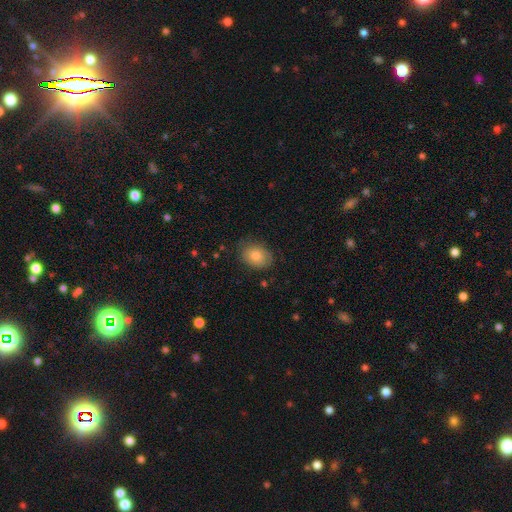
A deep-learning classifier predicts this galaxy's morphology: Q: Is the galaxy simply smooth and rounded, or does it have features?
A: smooth — 80%.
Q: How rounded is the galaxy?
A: in between — 68%.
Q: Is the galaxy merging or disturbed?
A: none — 78%.